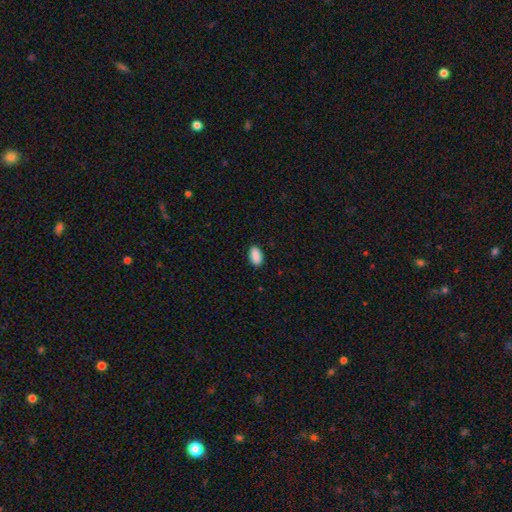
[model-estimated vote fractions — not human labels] Overall: smooth (91%). How rounded: in between (94%). Merging: none (88%).